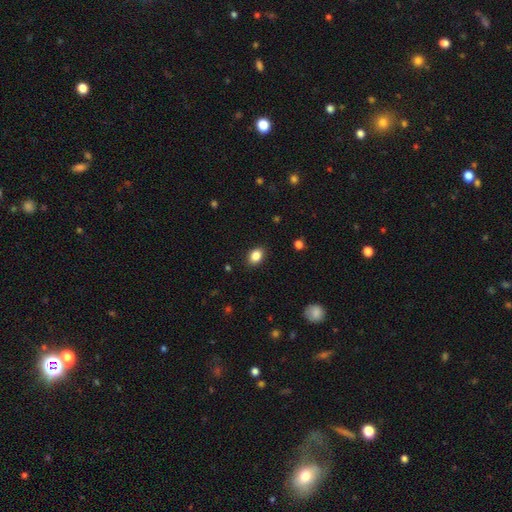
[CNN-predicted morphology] smooth_or_featured: smooth (p=0.86) [alt: star or artifact p=0.09]
how_rounded: in between (p=0.66) [alt: round p=0.33]
merging: none (p=0.89) [alt: minor disturbance p=0.08]